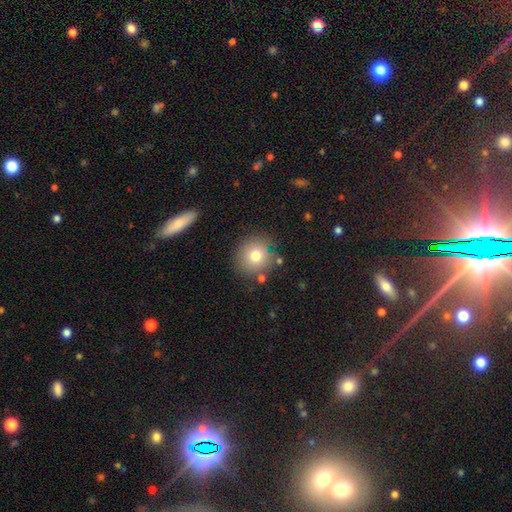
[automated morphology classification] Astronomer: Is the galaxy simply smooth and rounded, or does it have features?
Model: smooth — 76%.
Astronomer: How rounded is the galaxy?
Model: round — 87%.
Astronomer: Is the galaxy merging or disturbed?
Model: none — 81%.